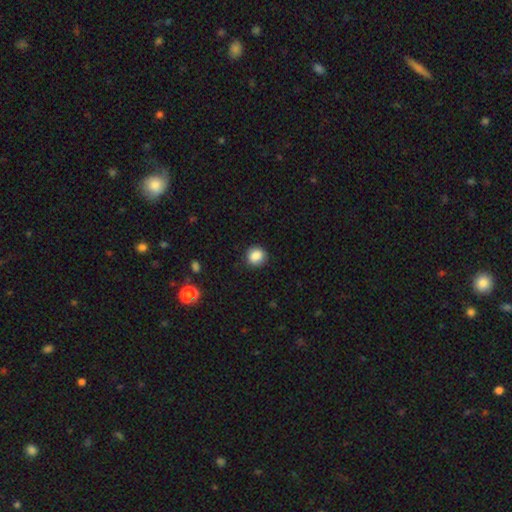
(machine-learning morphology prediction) Smooth or featured: smooth — 85% (star or artifact — 10%)
How rounded: round — 85% (in between — 14%)
Merging: none — 87% (minor disturbance — 9%)